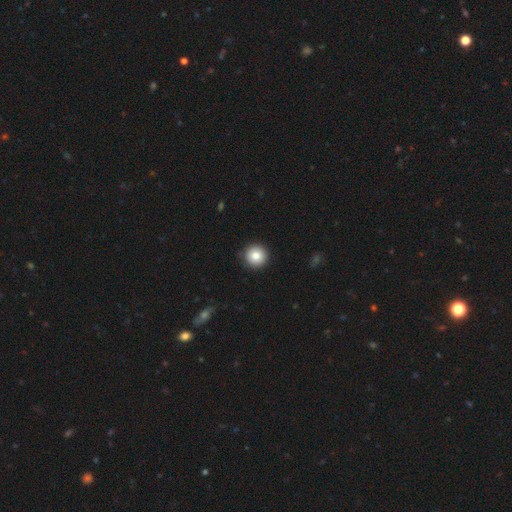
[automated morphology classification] smooth-or-featured: smooth: 83% | star or artifact: 9% | featured or disk: 8%
  how-rounded: round: 96% | in between: 3% | cigar-shaped: 1%
  merging: none: 91% | minor disturbance: 6% | major disturbance: 2% | merger: 1%